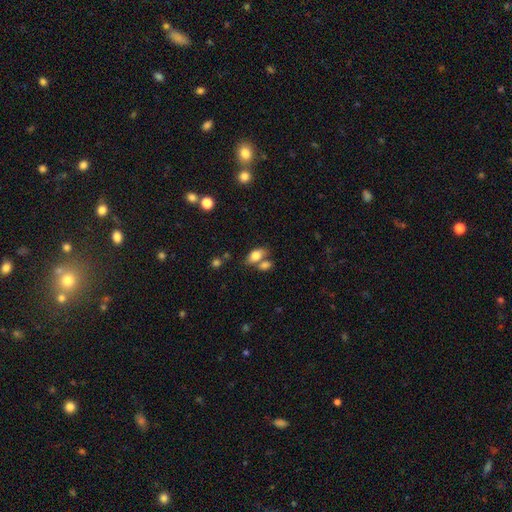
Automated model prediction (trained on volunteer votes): Q: Smooth or featured?
A: smooth (80%); runner-up: featured or disk (12%)
Q: How rounded?
A: in between (89%); runner-up: round (7%)
Q: Merging?
A: none (49%); runner-up: merger (33%)